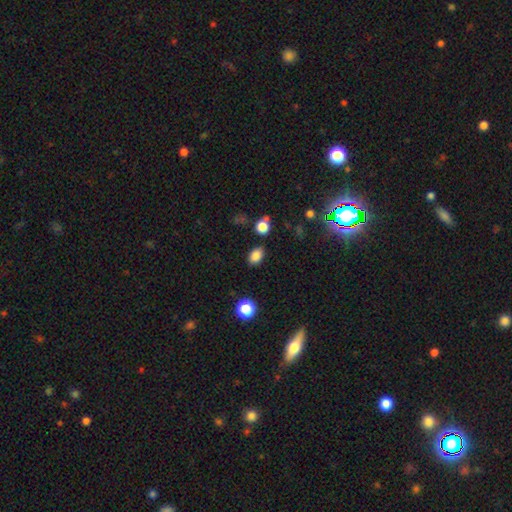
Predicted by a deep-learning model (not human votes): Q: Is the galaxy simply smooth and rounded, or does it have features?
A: smooth — 84%.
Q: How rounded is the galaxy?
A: in between — 78%.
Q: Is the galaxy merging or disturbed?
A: none — 83%.